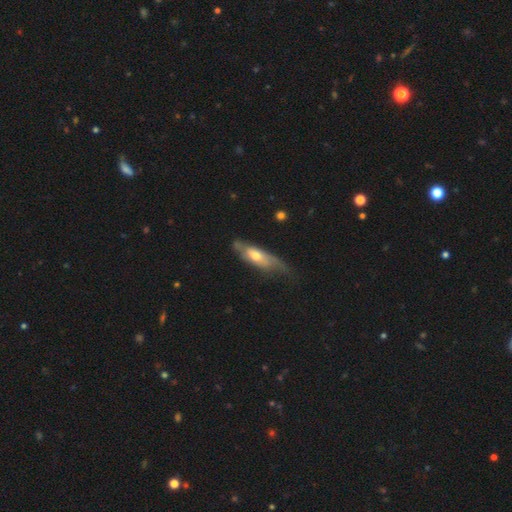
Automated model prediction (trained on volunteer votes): Overall: featured or disk (53%; smooth 41%). Edge-on disk: no (63%; yes 37%). Merging: none (47%; minor disturbance 34%).